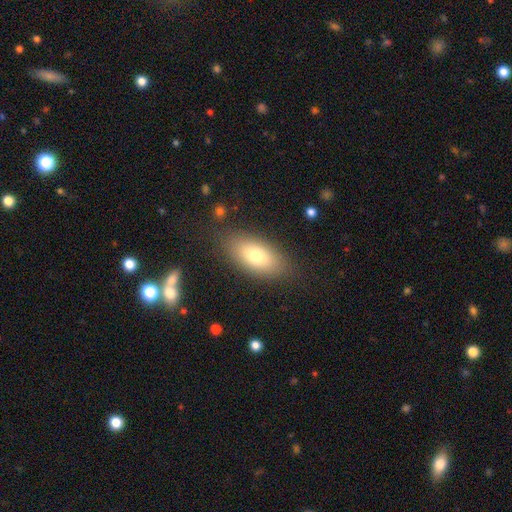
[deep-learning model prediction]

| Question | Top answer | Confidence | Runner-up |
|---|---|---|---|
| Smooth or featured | smooth | 74% | featured or disk (17%) |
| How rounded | in between | 89% | round (6%) |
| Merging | none | 82% | minor disturbance (11%) |